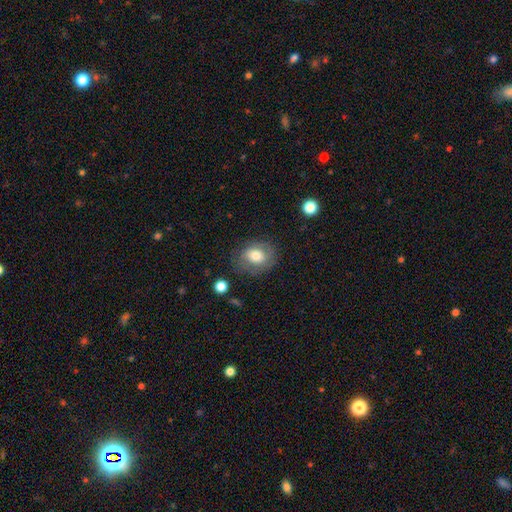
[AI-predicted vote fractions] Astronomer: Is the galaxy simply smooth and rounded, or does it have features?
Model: smooth — 64%.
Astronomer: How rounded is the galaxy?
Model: round — 54% (runner-up: in between, 45%).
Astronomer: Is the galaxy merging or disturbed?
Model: none — 71%.